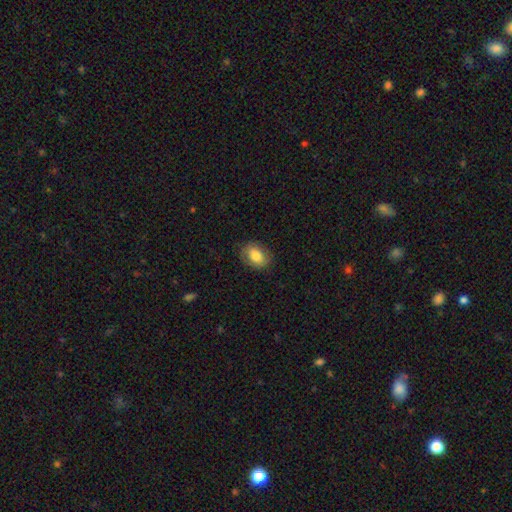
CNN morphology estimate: smooth_or_featured: smooth (p=0.78) [alt: featured or disk p=0.14]
how_rounded: in between (p=0.72) [alt: round p=0.27]
merging: none (p=0.82) [alt: minor disturbance p=0.13]